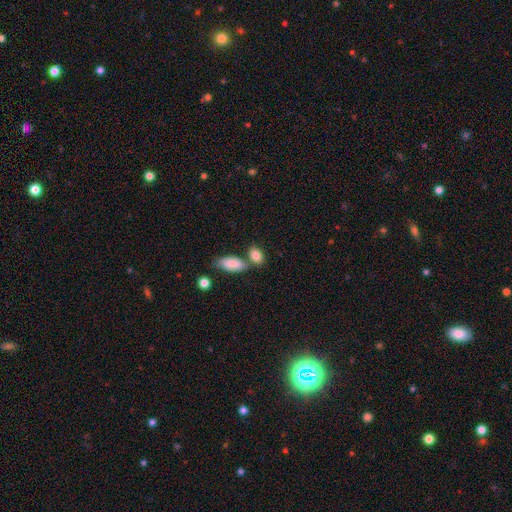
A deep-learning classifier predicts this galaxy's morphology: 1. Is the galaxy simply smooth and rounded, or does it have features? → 85% smooth, 7% star or artifact, 7% featured or disk.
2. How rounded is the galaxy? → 84% in between, 13% round, 3% cigar-shaped.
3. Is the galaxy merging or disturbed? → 54% none, 29% merger, 13% minor disturbance, 4% major disturbance.